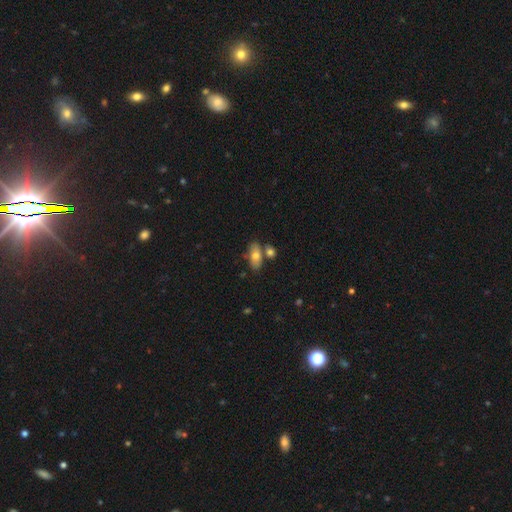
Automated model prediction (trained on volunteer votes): The model was most divided on "merging": none: 64%, merger: 20%, minor disturbance: 13%, major disturbance: 3%. More confident: how rounded — in between (86%); smooth or featured — smooth (71%).